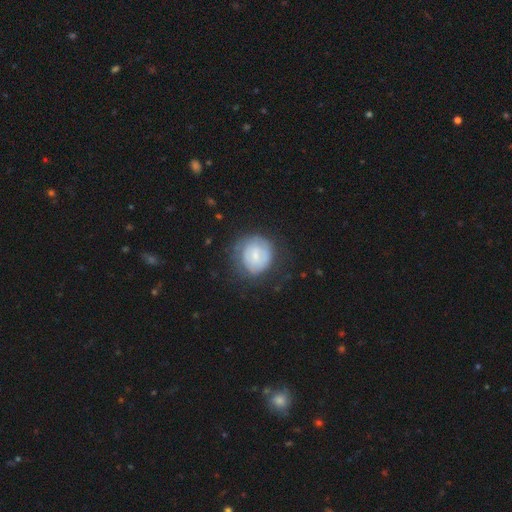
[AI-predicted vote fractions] This appears to be a smooth galaxy with no disk features (50%). Merging: none (62%).